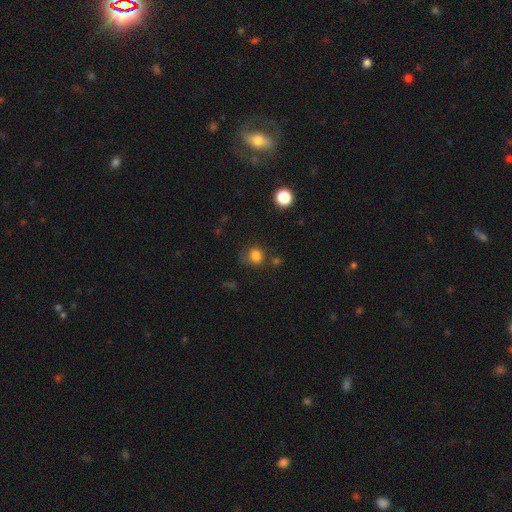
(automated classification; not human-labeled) Smooth or featured: smooth — 81% (star or artifact — 14%)
How rounded: round — 80% (in between — 19%)
Merging: none — 71% (minor disturbance — 17%)